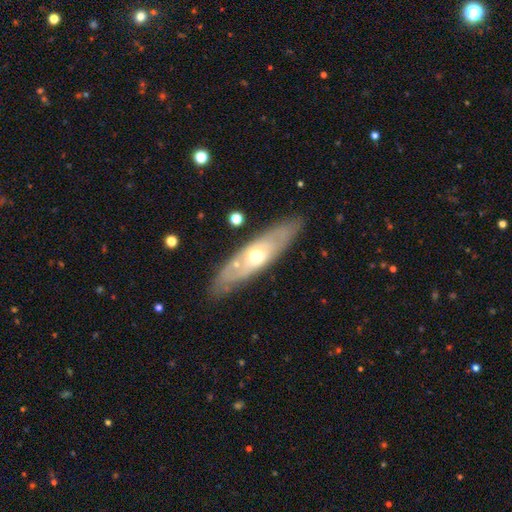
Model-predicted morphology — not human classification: Q: Smooth or featured?
A: featured or disk (59%); runner-up: smooth (35%)
Q: Edge-on disk?
A: no (62%); runner-up: yes (38%)
Q: Merging?
A: none (82%); runner-up: minor disturbance (12%)